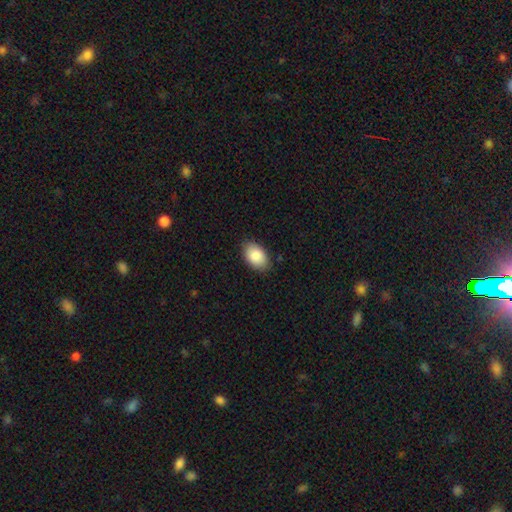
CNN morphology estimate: smooth-or-featured: smooth: 88% | star or artifact: 6% | featured or disk: 6%
  how-rounded: in between: 91% | round: 7% | cigar-shaped: 1%
  merging: none: 85% | minor disturbance: 12% | major disturbance: 2% | merger: 1%